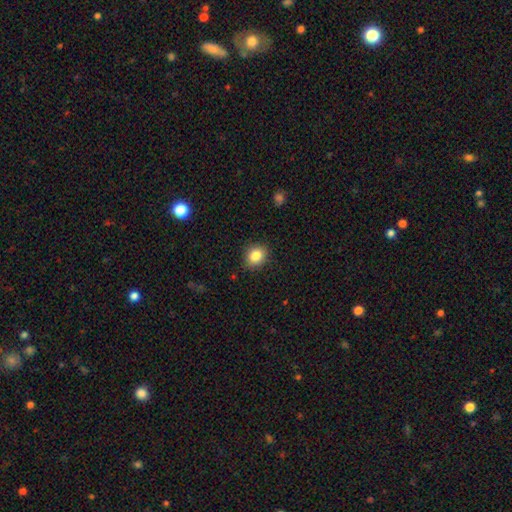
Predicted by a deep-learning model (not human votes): This appears to be a smooth galaxy with no disk features (84%) that is round (65%). Merging: none (88%).